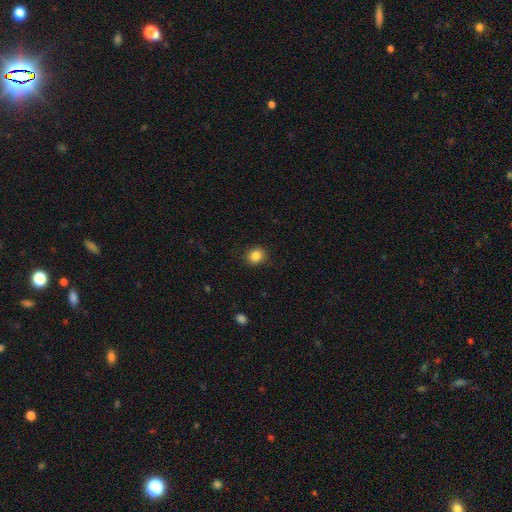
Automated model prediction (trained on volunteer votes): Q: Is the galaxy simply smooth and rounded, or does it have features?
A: smooth — 85%.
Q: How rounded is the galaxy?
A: round — 77%.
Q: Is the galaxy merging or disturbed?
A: none — 88%.